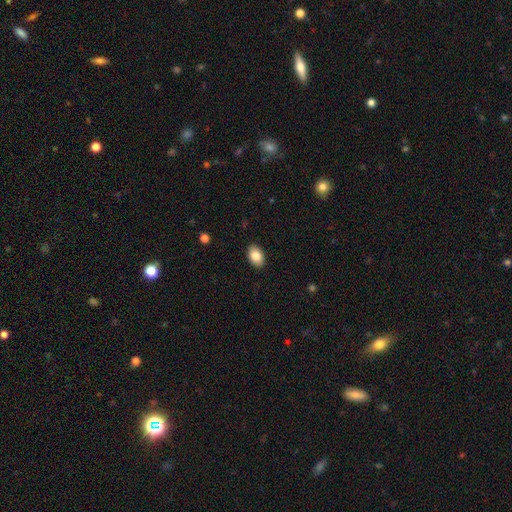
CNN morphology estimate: Q: Smooth or featured?
A: smooth (87%); runner-up: star or artifact (7%)
Q: How rounded?
A: in between (89%); runner-up: round (10%)
Q: Merging?
A: none (90%); runner-up: minor disturbance (8%)